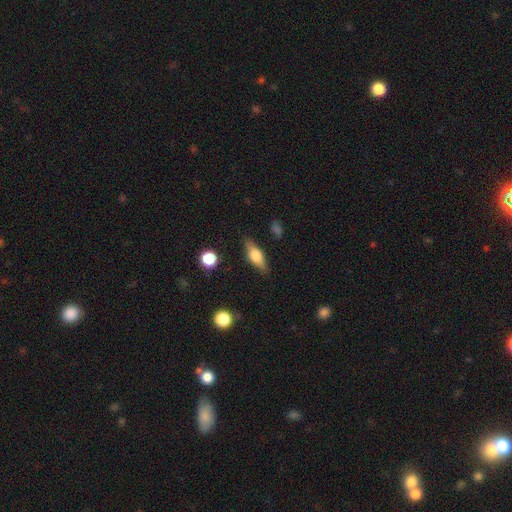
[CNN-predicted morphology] Overall: smooth (53%; featured or disk 40%). How rounded: in between (60%; cigar-shaped 35%). Merging: none (84%).